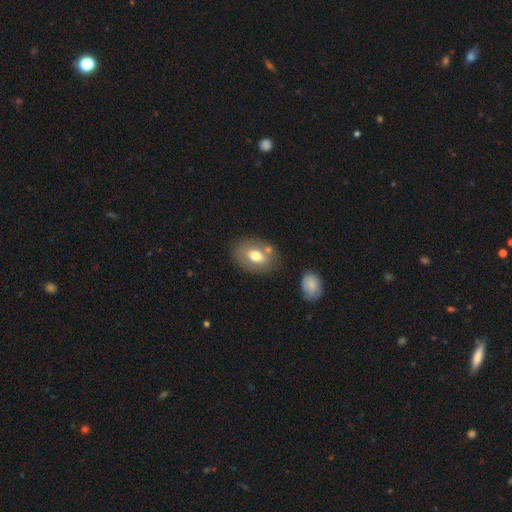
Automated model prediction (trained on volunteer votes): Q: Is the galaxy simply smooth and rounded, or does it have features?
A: smooth — 68%.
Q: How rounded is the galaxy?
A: in between — 74%.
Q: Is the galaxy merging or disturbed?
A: none — 68%.